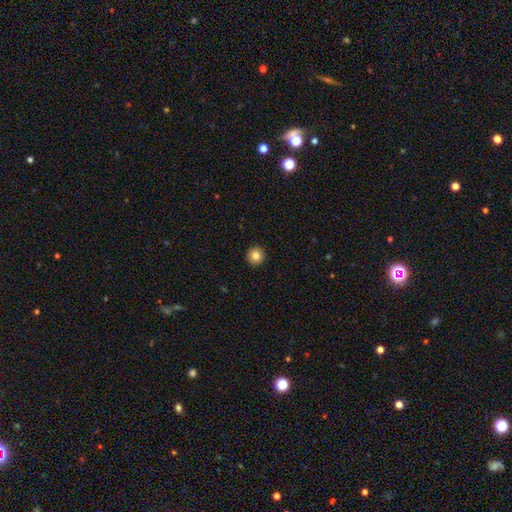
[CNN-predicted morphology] This appears to be a smooth galaxy with no disk features (84%) that is round (96%). Merging: none (94%).